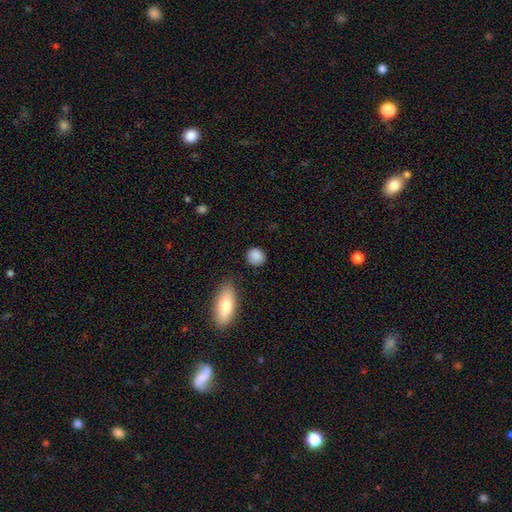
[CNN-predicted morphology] smooth-or-featured: smooth: 87% | star or artifact: 8% | featured or disk: 5%
  how-rounded: round: 77% | in between: 21% | cigar-shaped: 2%
  merging: none: 82% | minor disturbance: 12% | major disturbance: 3% | merger: 3%